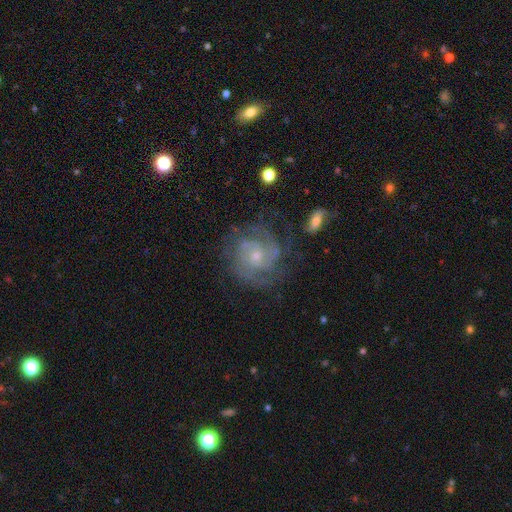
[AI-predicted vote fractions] smooth_or_featured: featured or disk (p=0.83) [alt: smooth p=0.10]
disk_edge_on: no (p=0.98) [alt: yes p=0.02]
bar: no (p=0.69) [alt: weak p=0.26]
has_spiral_arms: yes (p=0.94) [alt: no p=0.06]
spiral_winding: tight (p=0.59) [alt: medium p=0.33]
spiral_arm_count: 2 (p=0.40) [alt: can't tell p=0.25]
bulge_size: small (p=0.69) [alt: moderate p=0.26]
merging: none (p=0.72) [alt: minor disturbance p=0.16]